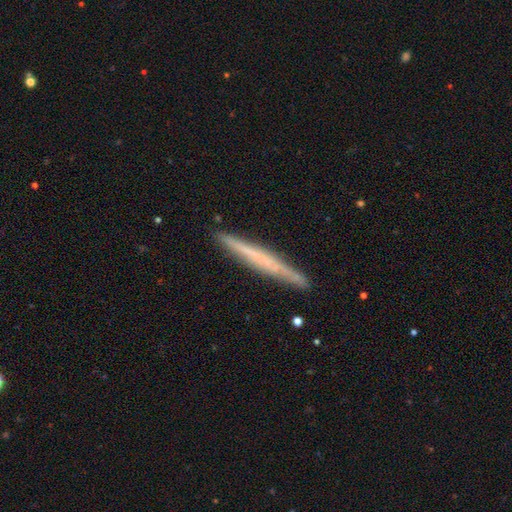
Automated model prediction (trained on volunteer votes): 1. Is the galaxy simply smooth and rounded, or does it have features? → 50% featured or disk, 43% smooth, 7% star or artifact.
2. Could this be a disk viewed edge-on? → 96% yes, 4% no.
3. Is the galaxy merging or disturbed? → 90% none, 8% minor disturbance, 1% major disturbance, 1% merger.